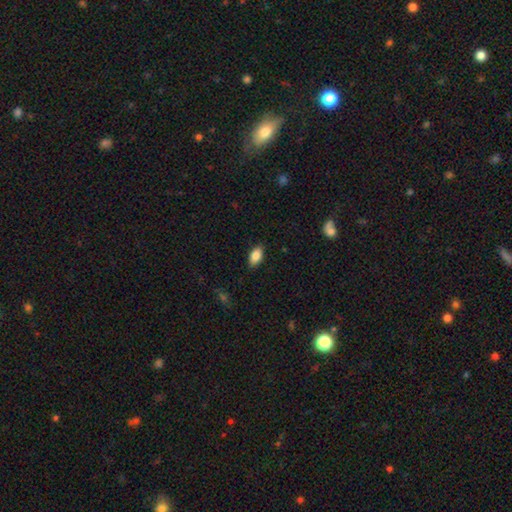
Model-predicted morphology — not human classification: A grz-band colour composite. It shows a smooth galaxy with no disk features (84%) that is in between round and cigar-shaped (91%). Merging: none (86%).